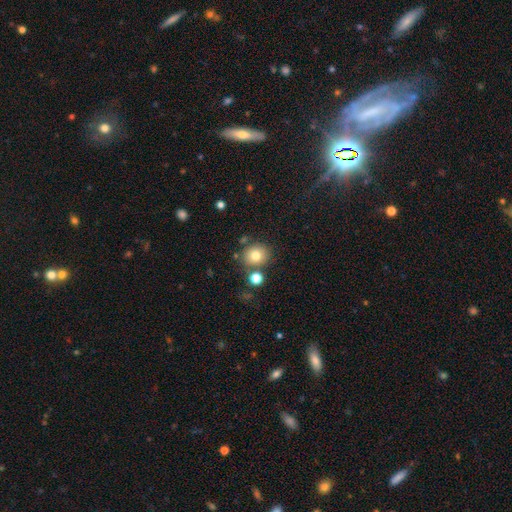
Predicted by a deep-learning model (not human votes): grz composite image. It shows a smooth galaxy with no disk features (77%) that is round (79%). Merging: none (74%).